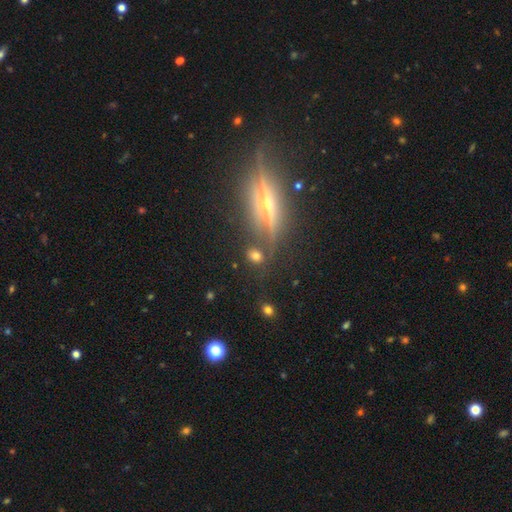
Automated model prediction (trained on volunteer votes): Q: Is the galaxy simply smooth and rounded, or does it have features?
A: smooth — 58%.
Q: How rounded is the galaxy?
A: round — 53%.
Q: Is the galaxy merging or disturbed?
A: none — 75%.